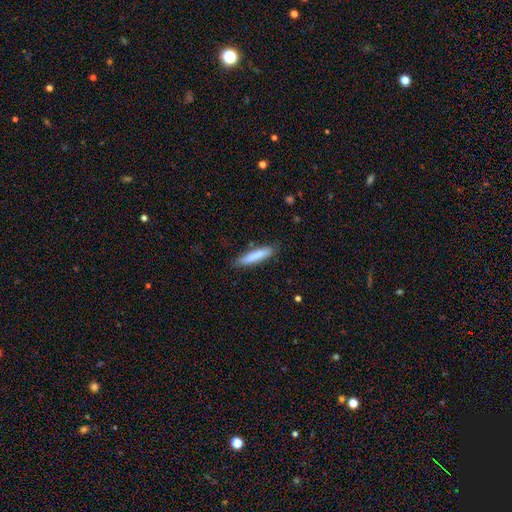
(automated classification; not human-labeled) smooth-or-featured: smooth: 82% | featured or disk: 12% | star or artifact: 6%
  how-rounded: cigar-shaped: 87% | in between: 11% | round: 1%
  merging: none: 85% | minor disturbance: 11% | major disturbance: 2% | merger: 1%